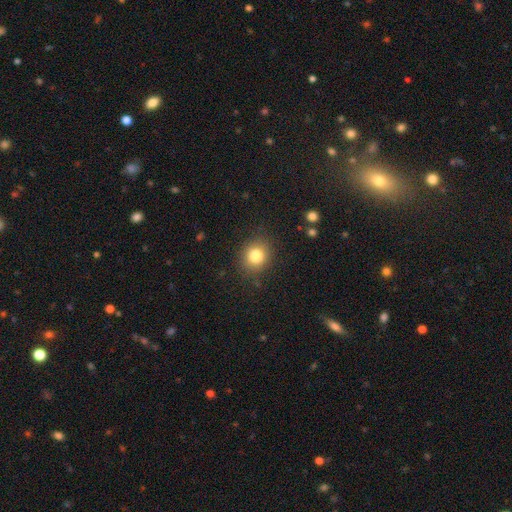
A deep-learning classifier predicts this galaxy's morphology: smooth 81%, star or artifact 11%, featured or disk 7%. Down the decision tree: how rounded — round (72%); merging — none (86%).